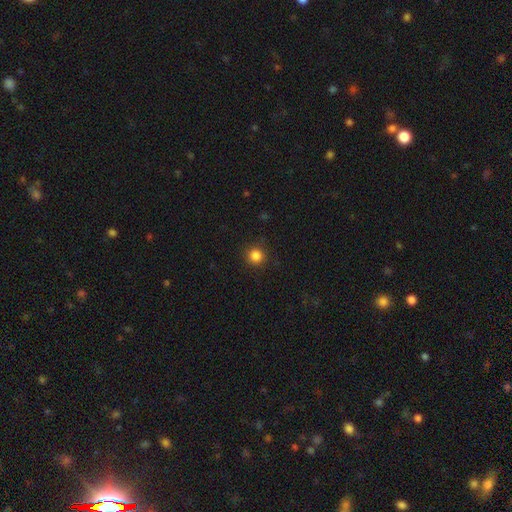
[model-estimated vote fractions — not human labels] smooth-or-featured: smooth: 84% | star or artifact: 12% | featured or disk: 3%
  how-rounded: round: 94% | in between: 5% | cigar-shaped: 1%
  merging: none: 90% | minor disturbance: 7% | major disturbance: 2% | merger: 1%